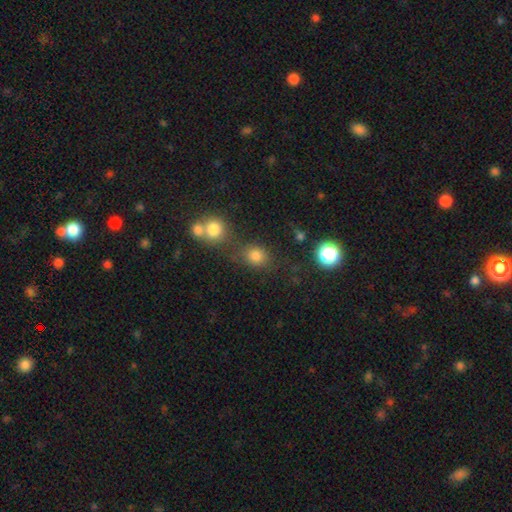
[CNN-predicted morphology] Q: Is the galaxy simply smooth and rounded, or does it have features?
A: smooth — 77%.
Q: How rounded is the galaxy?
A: round — 69%.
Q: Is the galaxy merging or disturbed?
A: none — 62%.